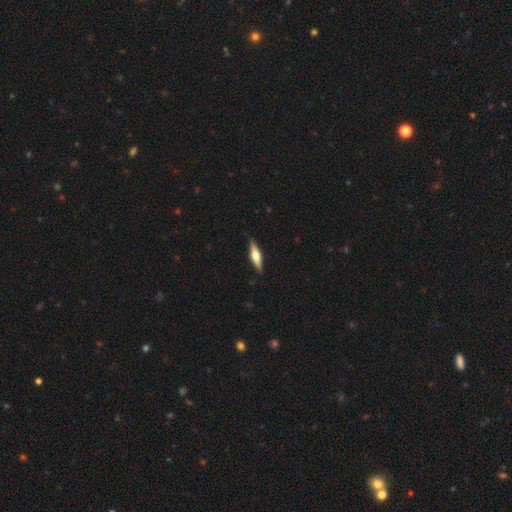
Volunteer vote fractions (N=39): Volunteers were most divided on "smooth or featured" (2-way tie): smooth: 49%, featured or disk: 49%, star or artifact: 3%. More confident: merging — none (95%); how rounded — cigar-shaped (89%).